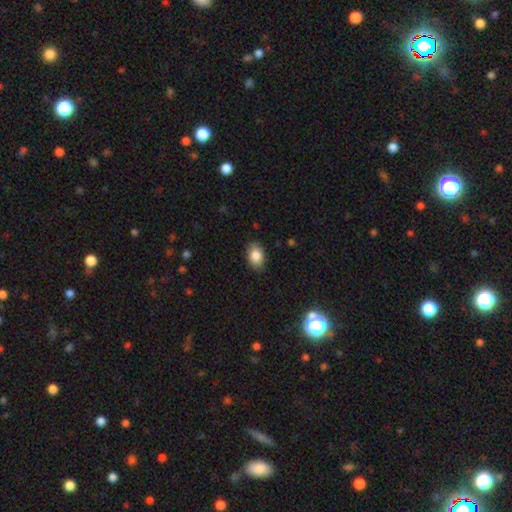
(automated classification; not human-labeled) Overall: smooth (85%). How rounded: in between (84%). Merging: none (84%).